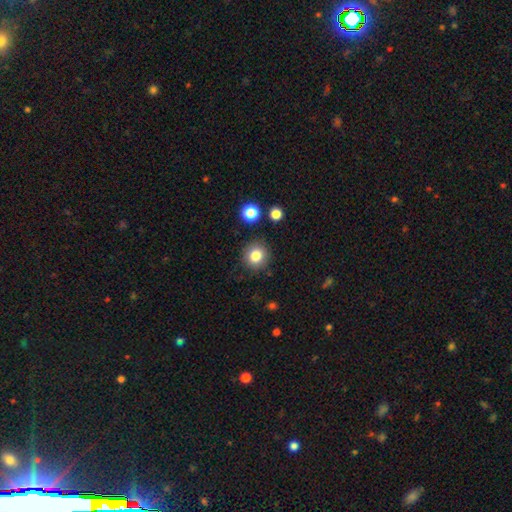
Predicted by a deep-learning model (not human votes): The model was most divided on "smooth or featured": smooth: 82%, star or artifact: 11%, featured or disk: 7%. More confident: how rounded — round (91%); merging — none (88%).